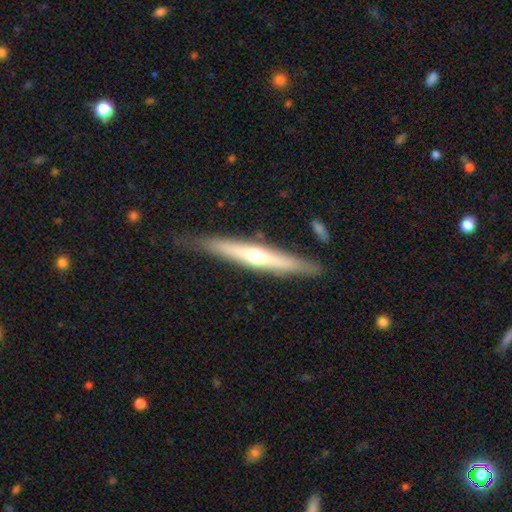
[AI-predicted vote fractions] smooth_or_featured: featured or disk (p=0.61) [alt: smooth p=0.33]
disk_edge_on: yes (p=0.94) [alt: no p=0.06]
edge_on_bulge: rounded (p=0.85) [alt: none p=0.11]
merging: none (p=0.83) [alt: minor disturbance p=0.12]